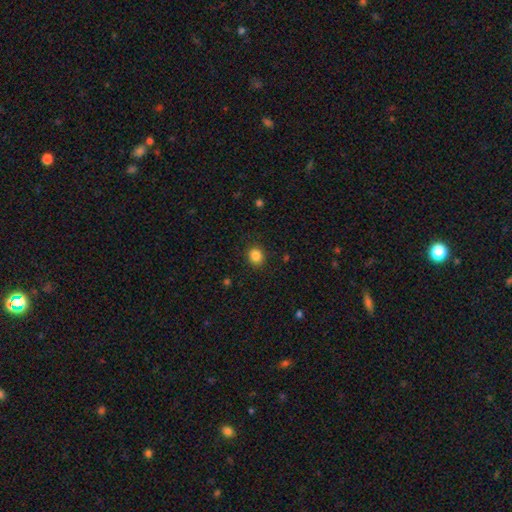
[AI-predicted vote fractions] This appears to be a smooth galaxy with no disk features (86%) that is round (68%). Merging: none (89%).